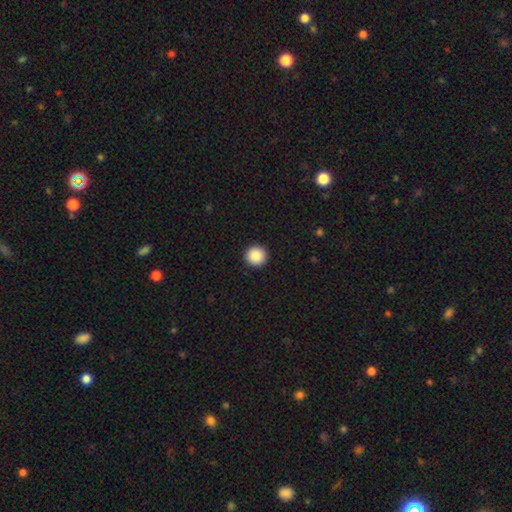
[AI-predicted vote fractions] Q: Smooth or featured?
A: smooth (89%); runner-up: star or artifact (8%)
Q: How rounded?
A: round (96%); runner-up: in between (3%)
Q: Merging?
A: none (93%); runner-up: minor disturbance (4%)